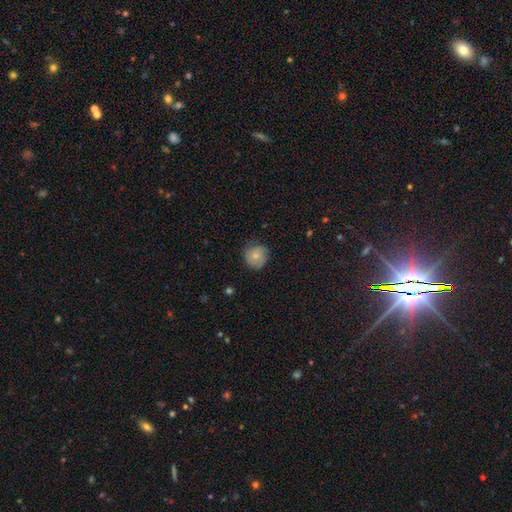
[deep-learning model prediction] The model was most divided on "merging": none: 71%, minor disturbance: 24%, major disturbance: 5%, merger: 1%. More confident: how rounded — round (89%); smooth or featured — smooth (75%).